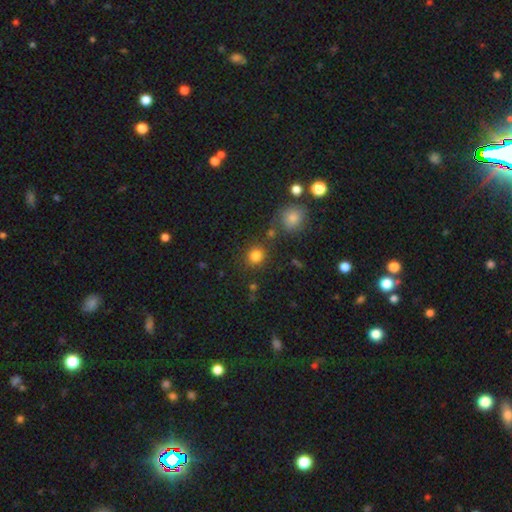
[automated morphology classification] A smooth galaxy with no disk features (81%) that is round (82%). Merging: none (79%).